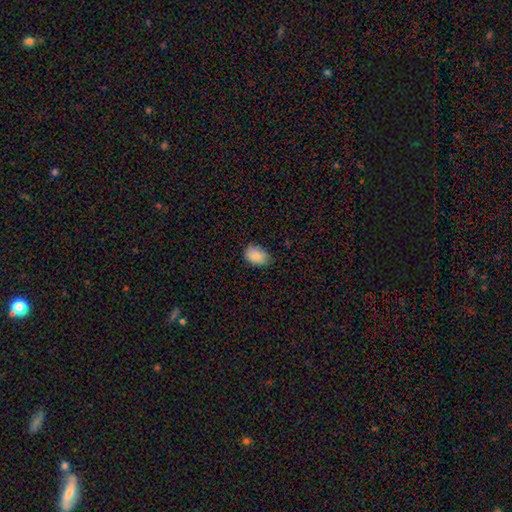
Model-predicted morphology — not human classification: smooth 89%, star or artifact 8%, featured or disk 3%. Down the decision tree: how rounded — in between (84%); merging — none (76%).